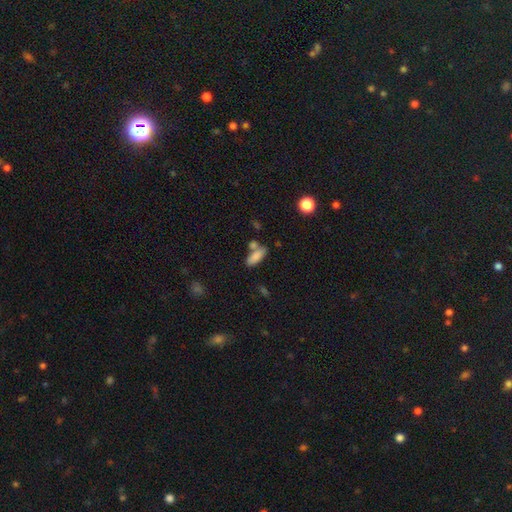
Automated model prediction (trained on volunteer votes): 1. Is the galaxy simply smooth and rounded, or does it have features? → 83% smooth, 9% featured or disk, 8% star or artifact.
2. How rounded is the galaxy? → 75% in between, 22% cigar-shaped, 3% round.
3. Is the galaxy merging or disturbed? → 53% none, 28% merger, 14% minor disturbance, 5% major disturbance.